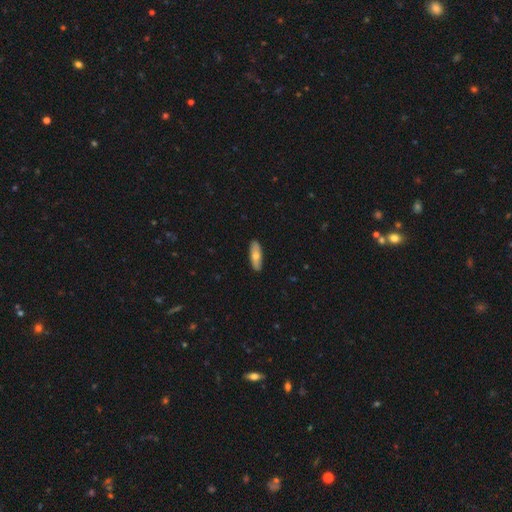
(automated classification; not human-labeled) This appears to be a smooth galaxy with no disk features (65%) that is in between round and cigar-shaped (55%). Merging: none (89%).